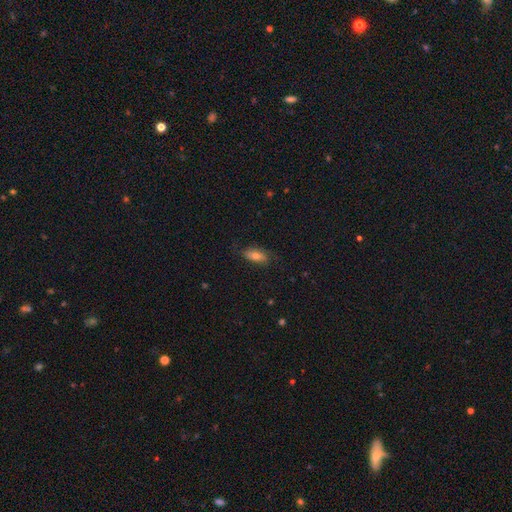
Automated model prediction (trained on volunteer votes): Smooth or featured? Predicted: smooth (p=0.71). How rounded? Predicted: in between (p=0.80). Merging? Predicted: none (p=0.74).